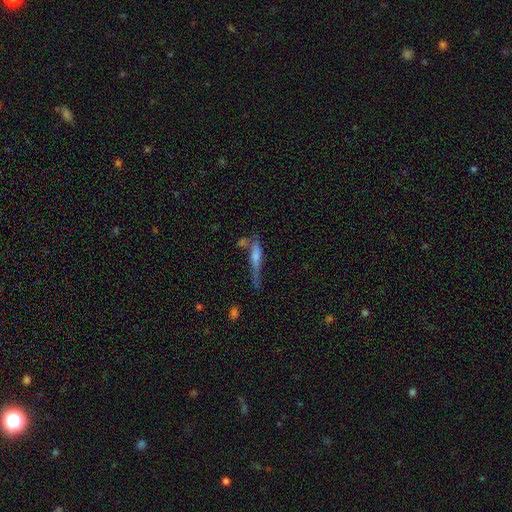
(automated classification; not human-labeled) Overall: featured or disk (59%; smooth 29%). Edge-on disk: yes (90%). Edge-on bulge: rounded (62%). Merging: none (56%; minor disturbance 22%).